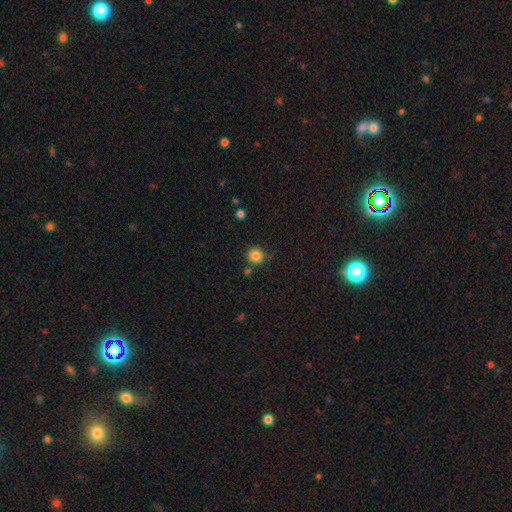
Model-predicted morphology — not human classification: smooth 84%, star or artifact 11%, featured or disk 5%. Down the decision tree: how rounded — round (90%); merging — none (81%).